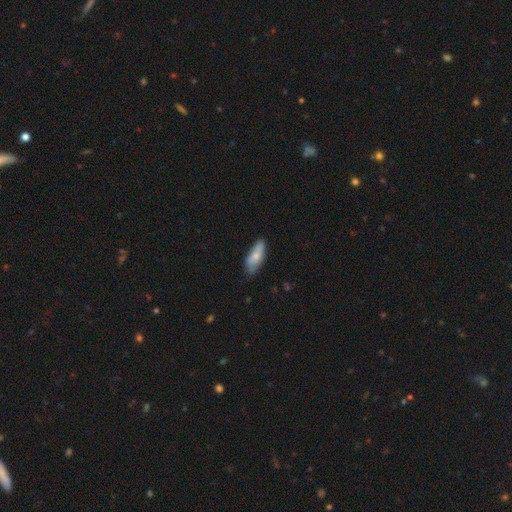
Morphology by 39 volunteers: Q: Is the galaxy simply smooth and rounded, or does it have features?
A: smooth — 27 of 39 (69%).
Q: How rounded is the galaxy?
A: in between — 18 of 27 (67%).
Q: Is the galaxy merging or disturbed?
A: none — 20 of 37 (54%).